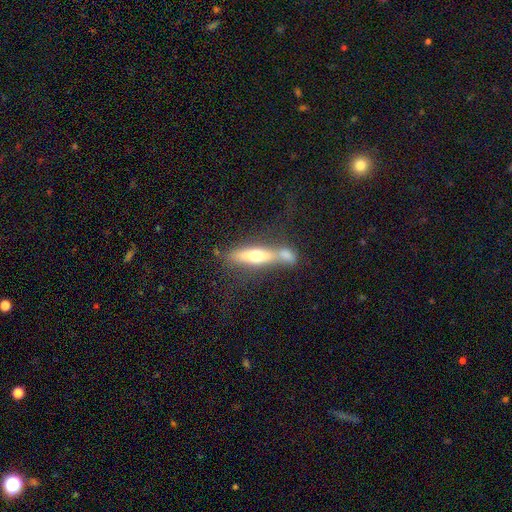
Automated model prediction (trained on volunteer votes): smooth_or_featured: smooth (p=0.47) [tied with: featured or disk p=0.47]
merging: merger (p=0.46) [alt: none p=0.35]